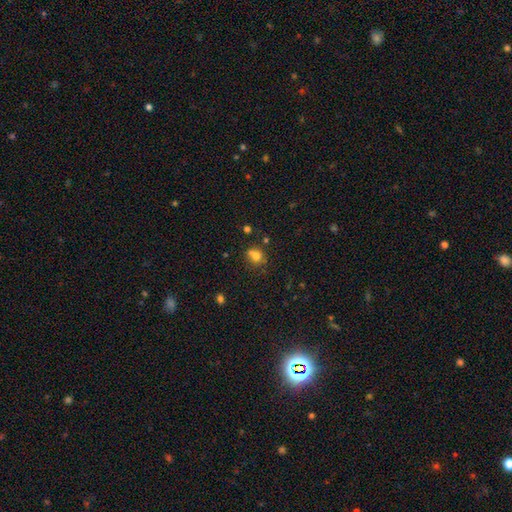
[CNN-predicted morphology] smooth_or_featured: smooth (p=0.73) [alt: star or artifact p=0.15]
how_rounded: round (p=0.71) [alt: in between p=0.28]
merging: none (p=0.53) [alt: merger p=0.24]